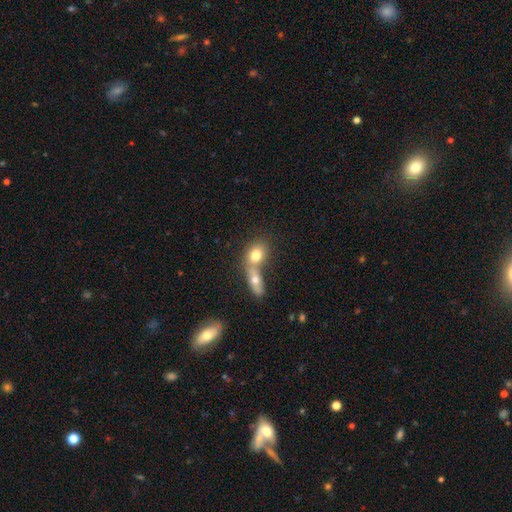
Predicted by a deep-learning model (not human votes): A smooth galaxy with no disk features (75%) that is in between round and cigar-shaped (61%). Merging: merger (61%).